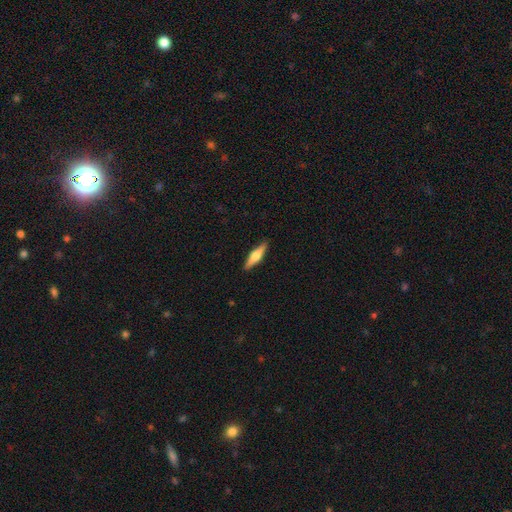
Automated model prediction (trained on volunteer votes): The model was most divided on "smooth or featured": featured or disk: 56%, smooth: 39%, star or artifact: 5%. More confident: edge-on disk — yes (96%); edge-on bulge — rounded (91%); merging — none (90%).